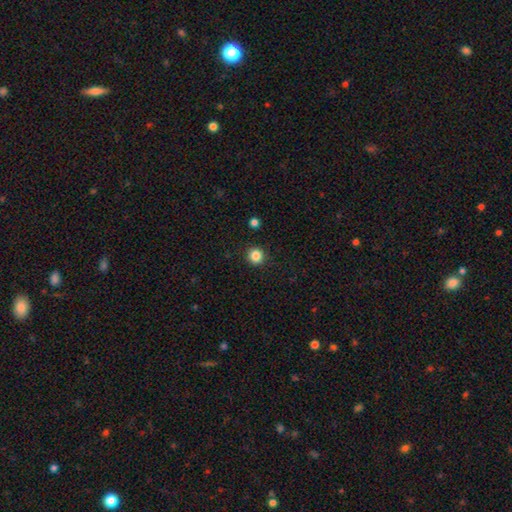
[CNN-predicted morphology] Smooth or featured?
  - smooth: 85% *
  - star or artifact: 12%
  - featured or disk: 4%
How rounded?
  - round: 94% *
  - in between: 5%
  - cigar-shaped: 1%
Merging?
  - none: 92% *
  - minor disturbance: 5%
  - major disturbance: 2%
  - merger: 1%